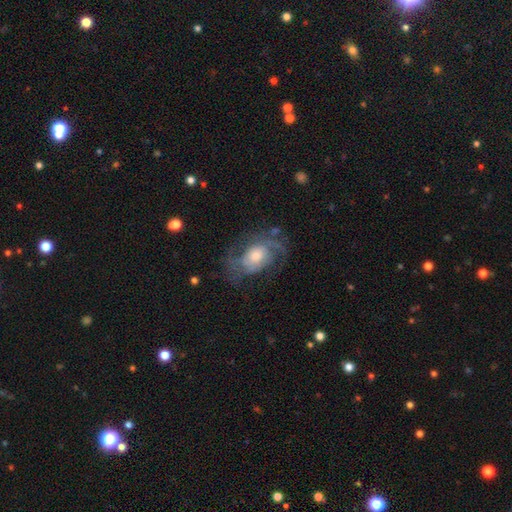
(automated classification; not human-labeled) A featured or disk galaxy (74%) with no bar (72%), 2 (40%) medium (44%) spiral arms (85%) and a moderate central bulge (54%). Merging: none (60%).